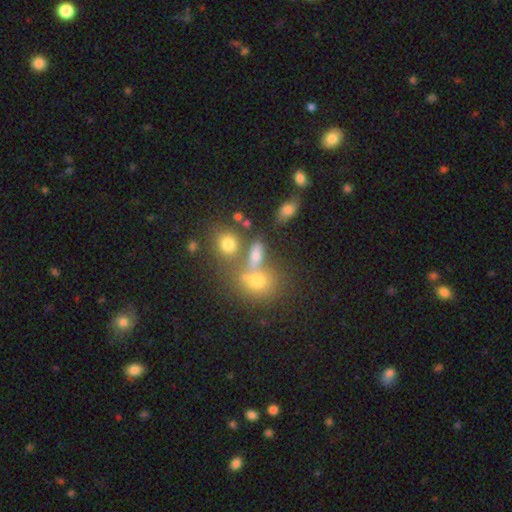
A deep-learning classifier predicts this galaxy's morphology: Overall: smooth (67%). How rounded: in between (57%; round 34%). Merging: none (47%; merger 34%).